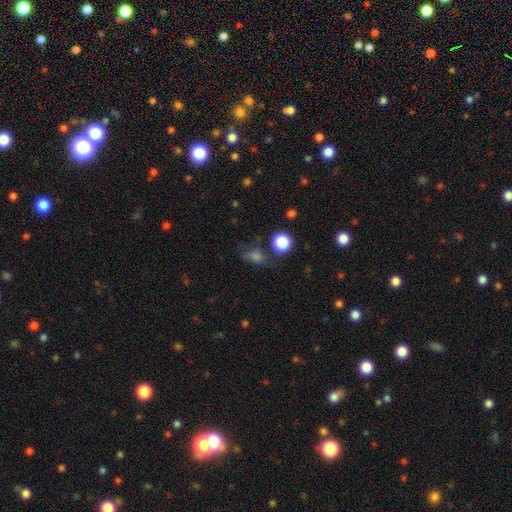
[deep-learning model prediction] Q: Smooth or featured?
A: smooth (63%); runner-up: star or artifact (25%)
Q: How rounded?
A: in between (53%); runner-up: round (43%)
Q: Merging?
A: none (63%); runner-up: minor disturbance (20%)